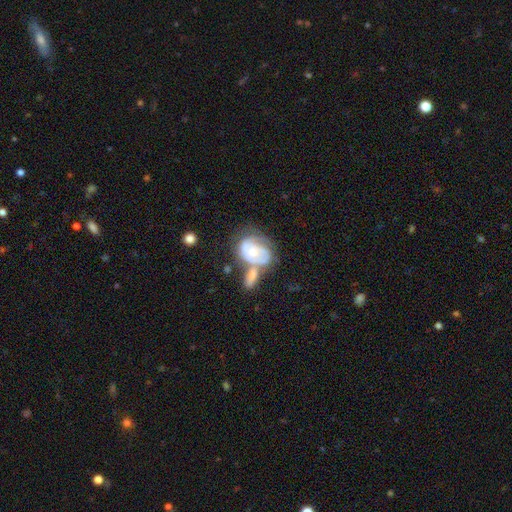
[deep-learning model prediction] featured or disk 69%, smooth 24%, star or artifact 7%. Down the decision tree: edge-on disk — no (97%); bar — no (72%); spiral arms — yes (77%); spiral arm count — 2 (44%); spiral winding — tight (58%); bulge size — moderate (58%); merging — merger (46%).